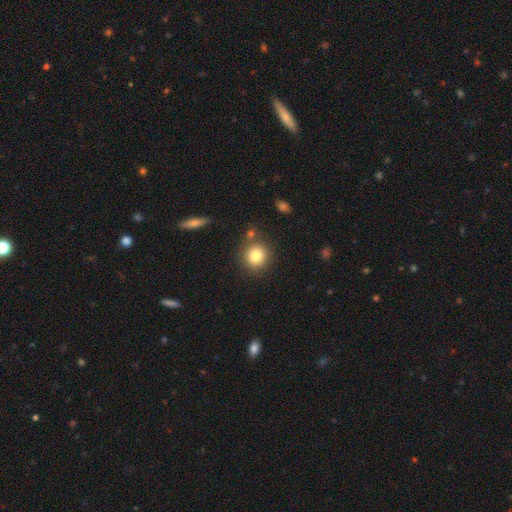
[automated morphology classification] A smooth galaxy with no disk features (80%) that is round (90%). Merging: none (80%).